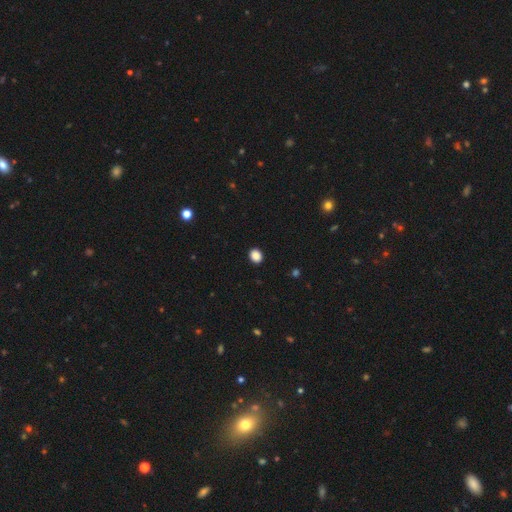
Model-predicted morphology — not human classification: Smooth or featured?
  - smooth: 88% *
  - star or artifact: 9%
  - featured or disk: 2%
How rounded?
  - round: 55% *
  - in between: 44%
  - cigar-shaped: 1%
Merging?
  - none: 92% *
  - minor disturbance: 6%
  - major disturbance: 2%
  - merger: 1%